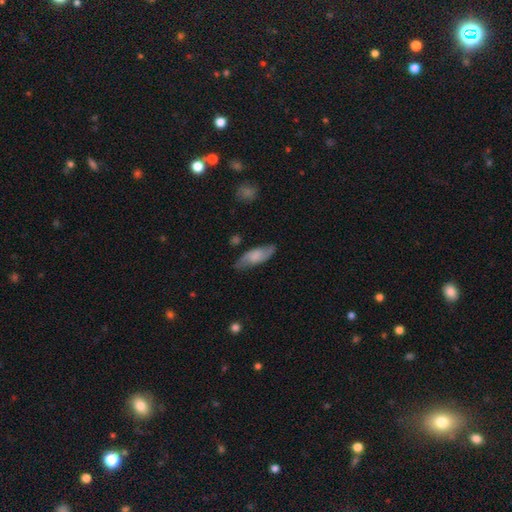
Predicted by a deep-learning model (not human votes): smooth 58%, featured or disk 36%, star or artifact 7%. Down the decision tree: how rounded — in between (68%); merging — none (76%).